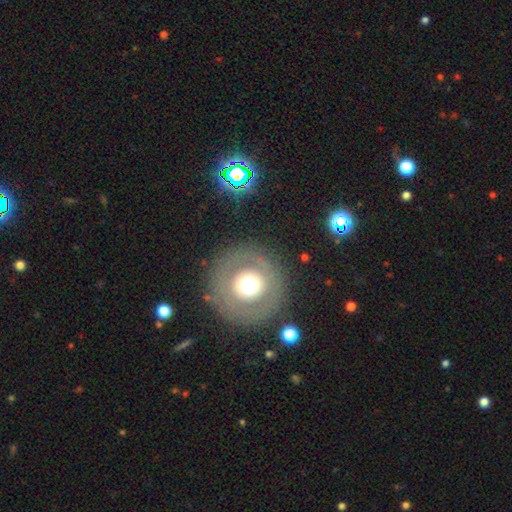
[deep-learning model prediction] Q: Smooth or featured?
A: smooth (47%); runner-up: featured or disk (40%)
Q: Merging?
A: none (85%); runner-up: minor disturbance (9%)